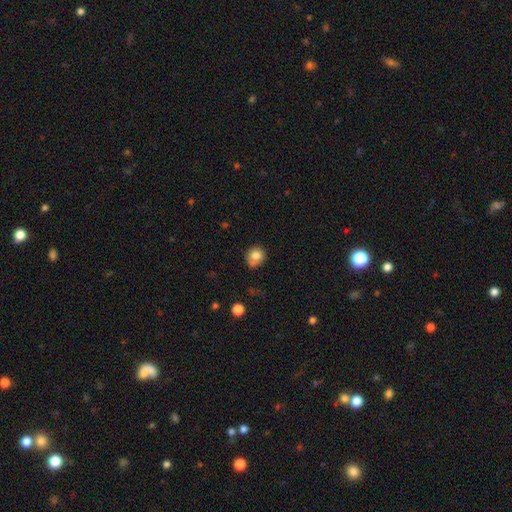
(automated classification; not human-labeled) Q: Smooth or featured?
A: smooth (79%); runner-up: featured or disk (11%)
Q: How rounded?
A: round (75%); runner-up: in between (24%)
Q: Merging?
A: none (61%); runner-up: minor disturbance (23%)